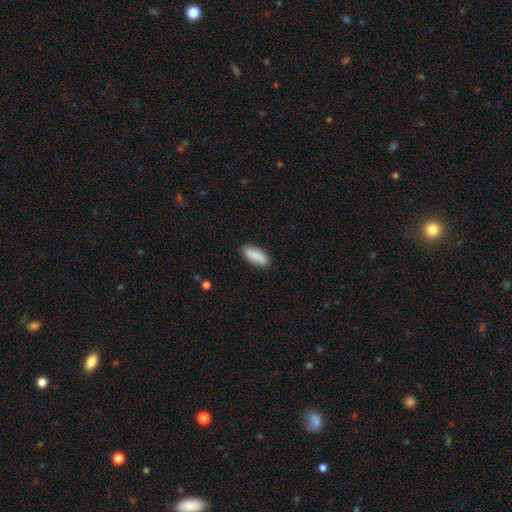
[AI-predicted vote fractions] smooth_or_featured: smooth (p=0.87) [alt: featured or disk p=0.07]
how_rounded: in between (p=0.72) [alt: cigar-shaped p=0.26]
merging: none (p=0.85) [alt: minor disturbance p=0.11]